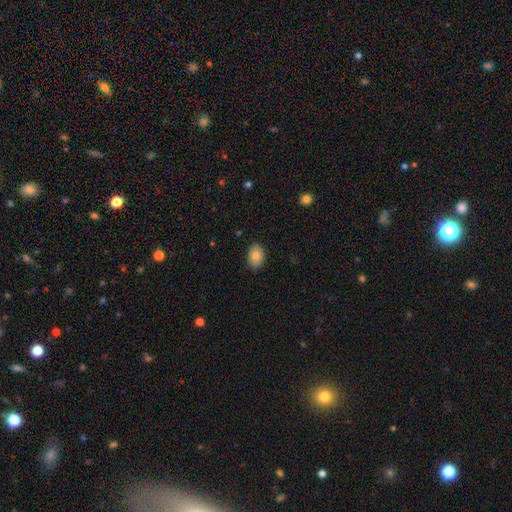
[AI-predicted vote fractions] Morphology: type=smooth (80%); roundness=in between (80%); merging=none (88%).